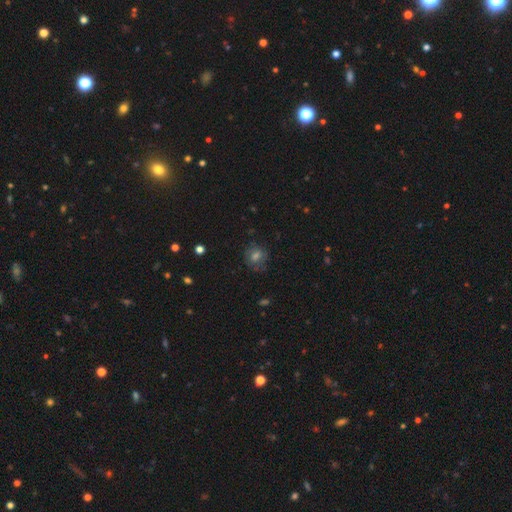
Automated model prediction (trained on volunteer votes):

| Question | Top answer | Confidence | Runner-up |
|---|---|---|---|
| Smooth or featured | smooth | 61% | star or artifact (21%) |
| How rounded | round | 71% | in between (28%) |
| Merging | none | 73% | minor disturbance (17%) |